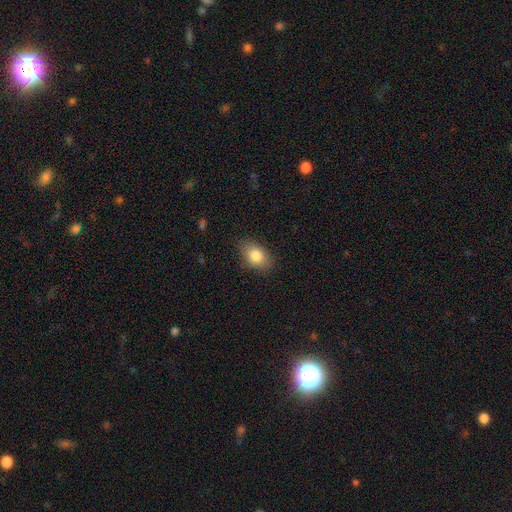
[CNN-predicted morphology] This appears to be a smooth galaxy with no disk features (82%) that is in between round and cigar-shaped (86%). Merging: none (83%).